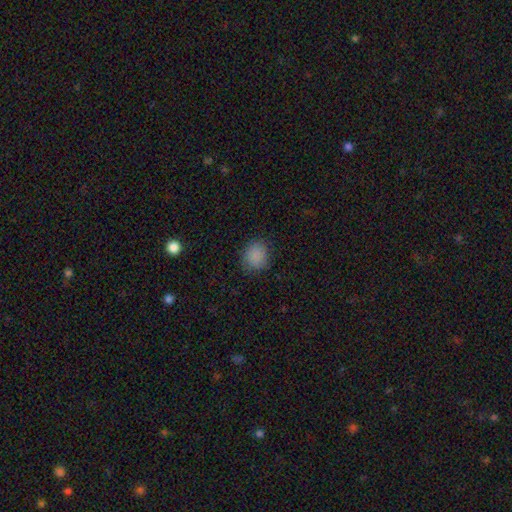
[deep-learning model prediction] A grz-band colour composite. It shows a smooth galaxy with no disk features (86%) that is round (72%). Merging: none (82%).